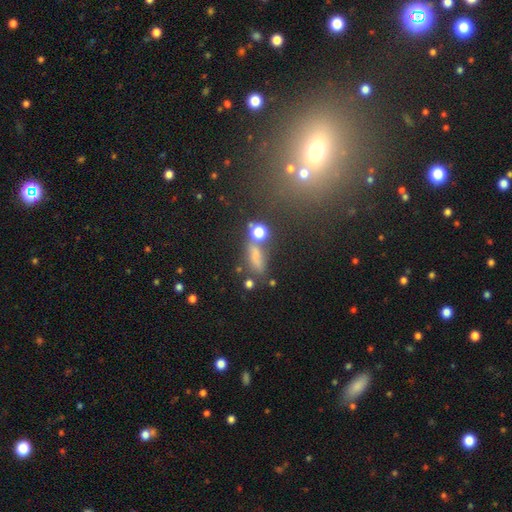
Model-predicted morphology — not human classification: smooth-or-featured: smooth: 62% | star or artifact: 24% | featured or disk: 14%
  how-rounded: in between: 46% | cigar-shaped: 39% | round: 15%
  merging: none: 56% | minor disturbance: 17% | merger: 16% | major disturbance: 10%